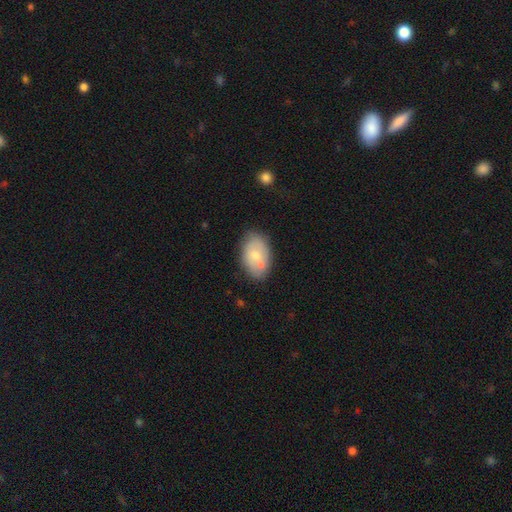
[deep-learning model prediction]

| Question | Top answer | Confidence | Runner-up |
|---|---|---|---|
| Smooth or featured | smooth | 62% | featured or disk (32%) |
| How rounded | in between | 91% | round (8%) |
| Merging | none | 66% | minor disturbance (19%) |